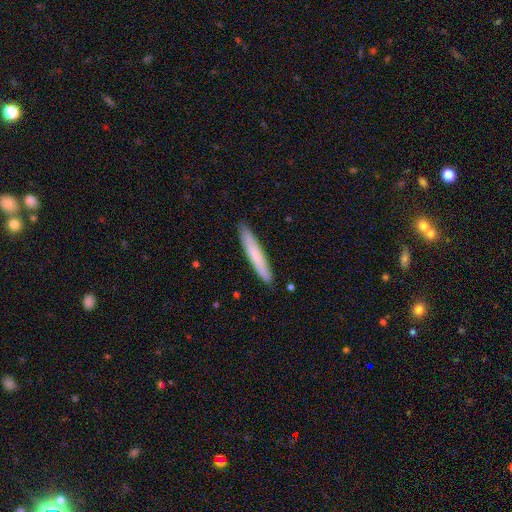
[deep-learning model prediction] Smooth or featured? Predicted: smooth (p=0.72). How rounded? Predicted: cigar-shaped (p=0.95). Merging? Predicted: none (p=0.90).